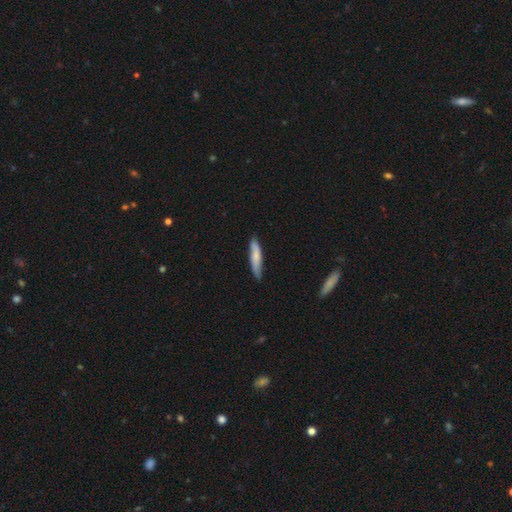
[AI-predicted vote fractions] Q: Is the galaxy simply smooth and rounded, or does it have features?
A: smooth — 72%.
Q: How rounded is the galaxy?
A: cigar-shaped — 87%.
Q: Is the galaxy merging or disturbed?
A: none — 80%.